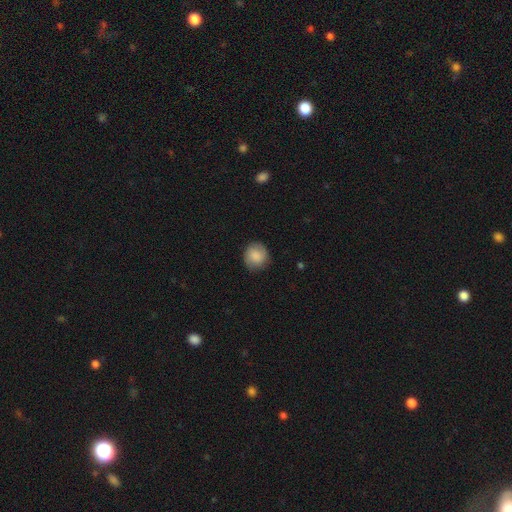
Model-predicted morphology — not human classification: Smooth or featured? Predicted: smooth (p=0.80). How rounded? Predicted: round (p=0.84). Merging? Predicted: none (p=0.83).